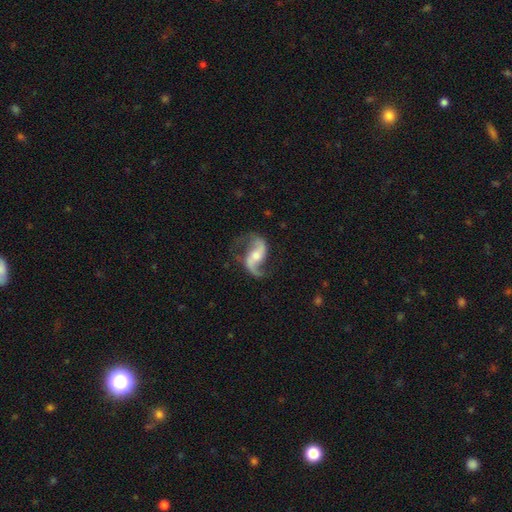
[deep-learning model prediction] smooth-or-featured: featured or disk: 89% | smooth: 6% | star or artifact: 5%
  disk-edge-on: no: 97% | yes: 3%
    bar: weak: 39% | no: 38% | strong: 23%
    has-spiral-arms: yes: 97% | no: 3%
      spiral-winding: loose: 71% | medium: 25% | tight: 5%
      spiral-arm-count: 2: 92% | 1: 3% | can't tell: 2% | 3: 1% | 4: 1% | more than 4: 1%
    bulge-size: moderate: 53% | small: 34% | large: 7% | none: 5% | dominant: 1%
  merging: none: 72% | minor disturbance: 15% | major disturbance: 11% | merger: 2%